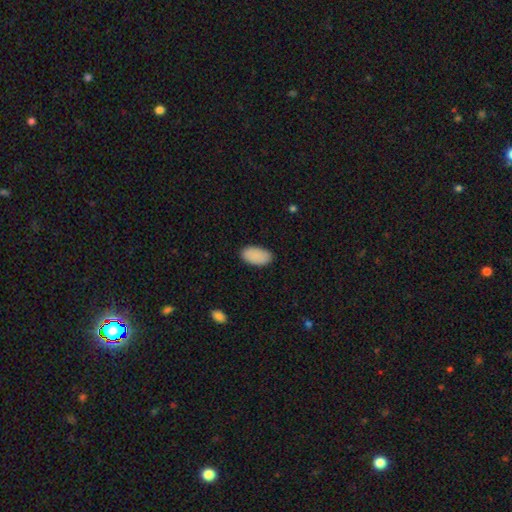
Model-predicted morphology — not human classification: Smooth or featured?
  - smooth: 89% *
  - star or artifact: 6%
  - featured or disk: 5%
How rounded?
  - in between: 95% *
  - round: 3%
  - cigar-shaped: 2%
Merging?
  - none: 84% *
  - minor disturbance: 13%
  - major disturbance: 2%
  - merger: 1%